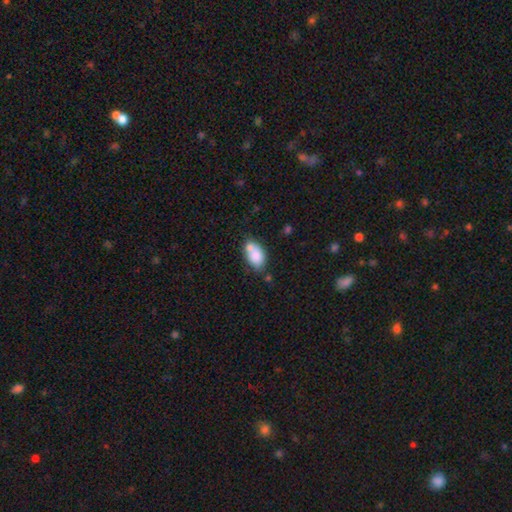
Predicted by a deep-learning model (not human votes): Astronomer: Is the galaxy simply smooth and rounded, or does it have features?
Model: smooth — 77%.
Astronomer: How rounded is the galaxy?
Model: in between — 87%.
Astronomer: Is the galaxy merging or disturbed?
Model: none — 41% (runner-up: merger, 34%).